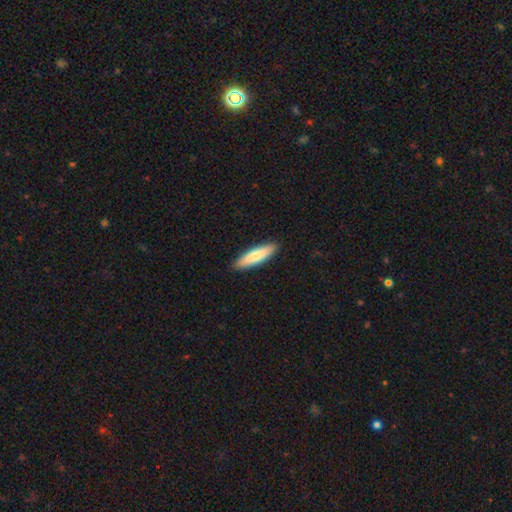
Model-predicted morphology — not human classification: A smooth galaxy with no disk features (77%) that is cigar-shaped (71%).

Vote fractions:
- Smooth or featured? smooth: 77% / featured or disk: 18% / star or artifact: 5%
- How rounded? cigar-shaped: 71% / in between: 27% / round: 2%
- Merging? none: 91% / minor disturbance: 7% / major disturbance: 1% / merger: 1%